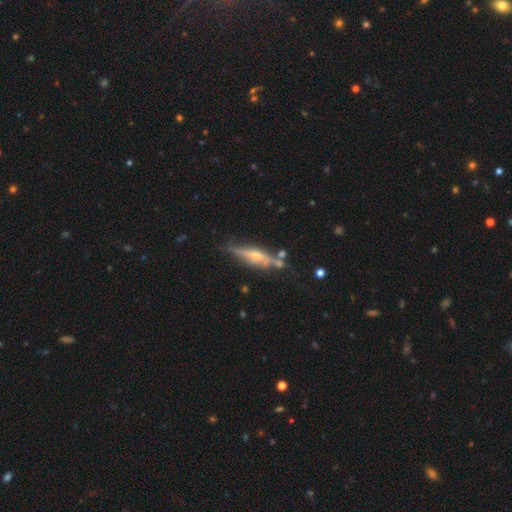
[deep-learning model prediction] Overall: featured or disk (71%). Edge-on disk: yes (92%). Edge-on bulge: rounded (83%). Merging: none (71%).